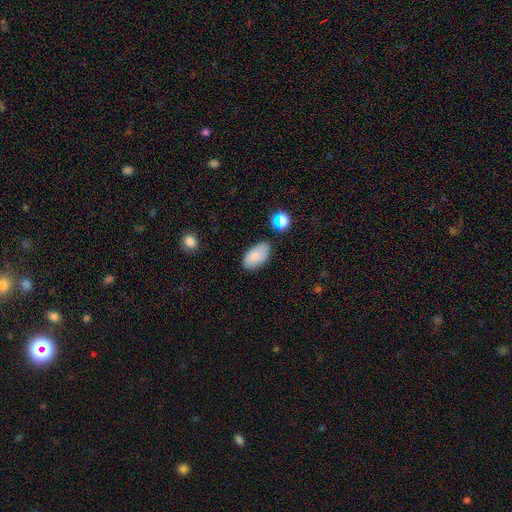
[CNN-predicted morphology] Overall: smooth (85%). How rounded: in between (94%). Merging: none (77%).